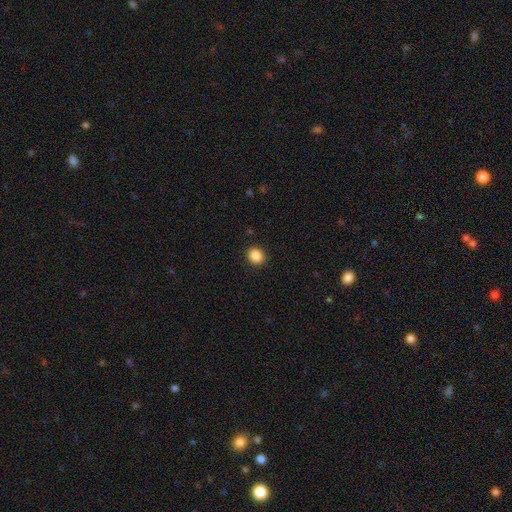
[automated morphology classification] The model was most divided on "how rounded": round: 78%, in between: 21%, cigar-shaped: 1%. More confident: merging — none (91%); smooth or featured — smooth (87%).